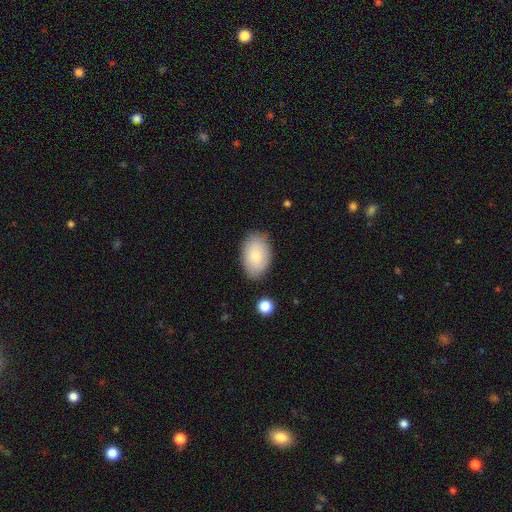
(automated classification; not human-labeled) Overall: smooth (79%). How rounded: in between (90%). Merging: none (81%).